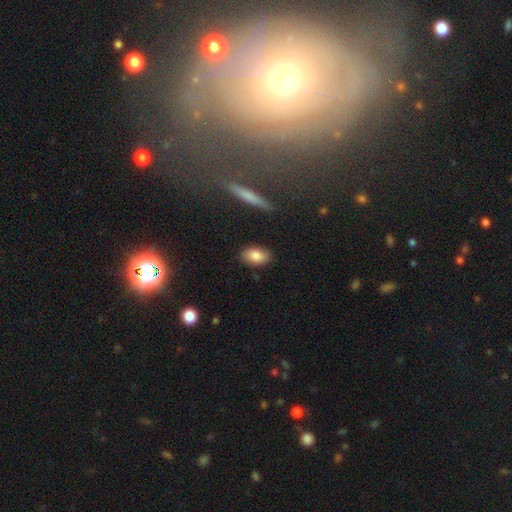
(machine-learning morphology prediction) A smooth galaxy with no disk features (85%) that is in between round and cigar-shaped (90%). Merging: none (86%).